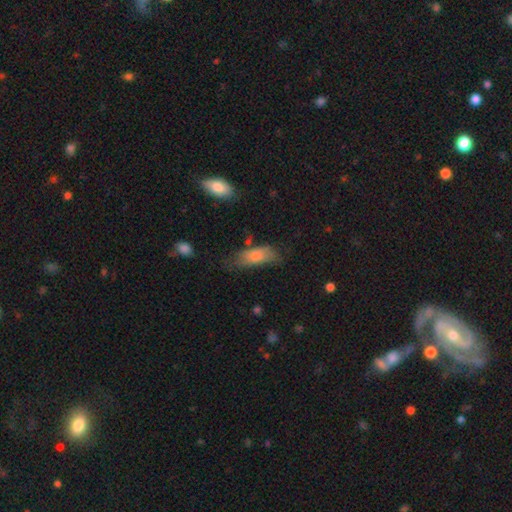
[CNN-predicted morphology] smooth-or-featured: smooth: 76% | featured or disk: 16% | star or artifact: 8%
  how-rounded: in between: 74% | cigar-shaped: 24% | round: 3%
  merging: none: 48% | minor disturbance: 33% | major disturbance: 14% | merger: 4%